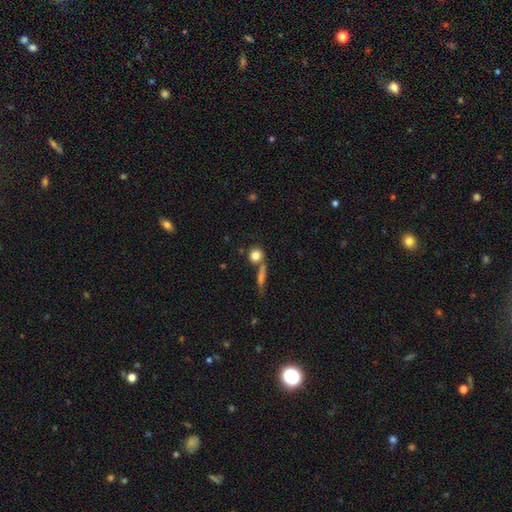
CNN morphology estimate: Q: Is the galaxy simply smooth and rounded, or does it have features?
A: smooth — 80%.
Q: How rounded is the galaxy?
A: round — 85%.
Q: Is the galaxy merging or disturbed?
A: none — 63%.